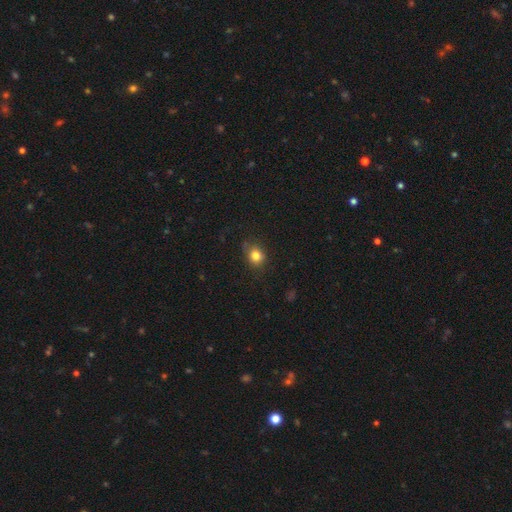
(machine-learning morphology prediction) Smooth or featured: smooth — 82% (star or artifact — 12%)
How rounded: round — 71% (in between — 28%)
Merging: none — 77% (minor disturbance — 17%)